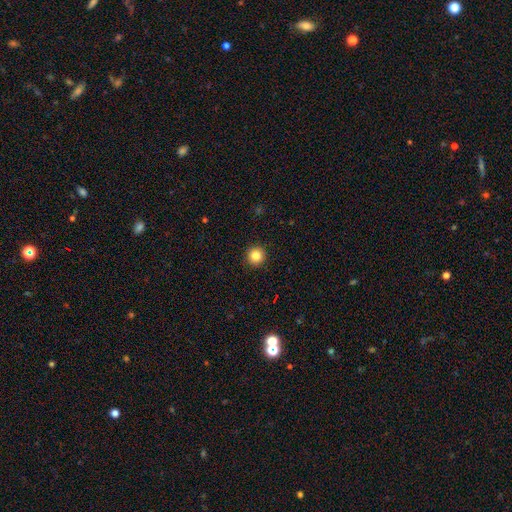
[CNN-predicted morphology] Q: Smooth or featured?
A: smooth (84%); runner-up: star or artifact (11%)
Q: How rounded?
A: round (95%); runner-up: in between (4%)
Q: Merging?
A: none (93%); runner-up: minor disturbance (5%)